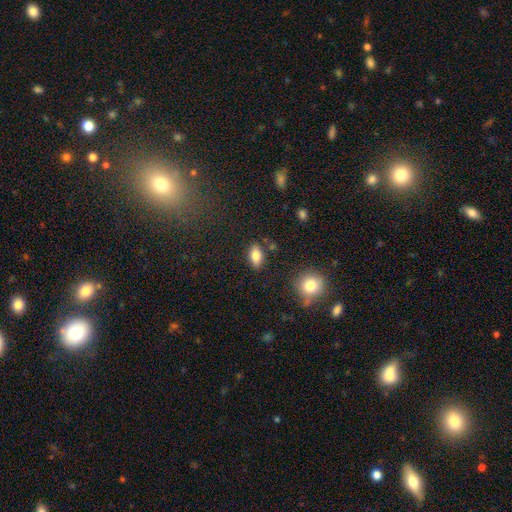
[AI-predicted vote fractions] A smooth galaxy with no disk features (82%) that is in between round and cigar-shaped (90%).

Vote fractions:
- Smooth or featured? smooth: 82% / featured or disk: 9% / star or artifact: 8%
- How rounded? in between: 90% / round: 7% / cigar-shaped: 4%
- Merging? none: 81% / minor disturbance: 12% / merger: 4% / major disturbance: 3%